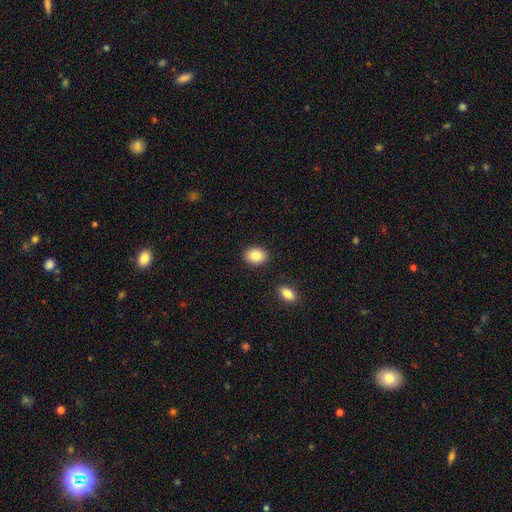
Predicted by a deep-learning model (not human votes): smooth 85%, star or artifact 8%, featured or disk 7%. Down the decision tree: how rounded — in between (59%); merging — none (89%).